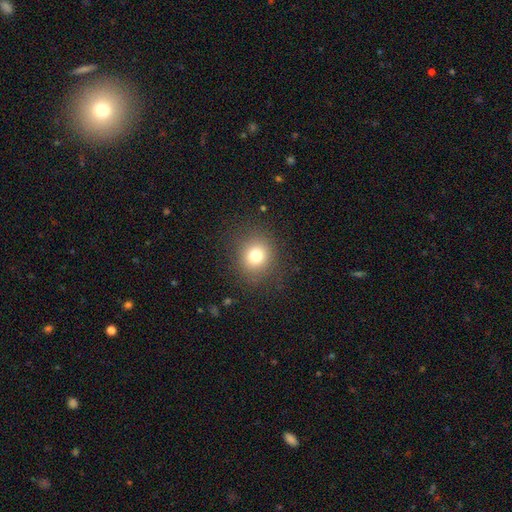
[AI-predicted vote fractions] This is likely a smooth galaxy (77%). How rounded: clearly round (82%). Merging: clearly none (86%).